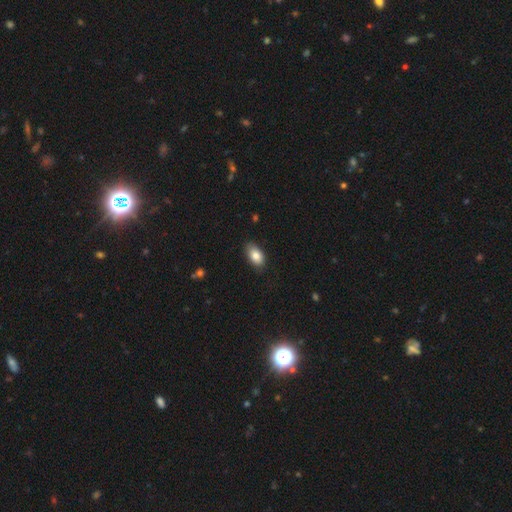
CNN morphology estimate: type=smooth (83%); roundness=in between (92%); merging=none (80%).